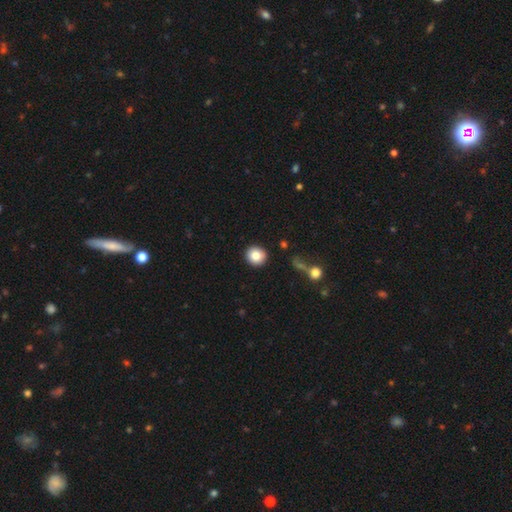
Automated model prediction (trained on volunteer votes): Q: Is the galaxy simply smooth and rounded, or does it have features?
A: smooth — 85%.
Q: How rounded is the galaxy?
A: round — 92%.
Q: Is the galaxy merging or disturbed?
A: none — 91%.